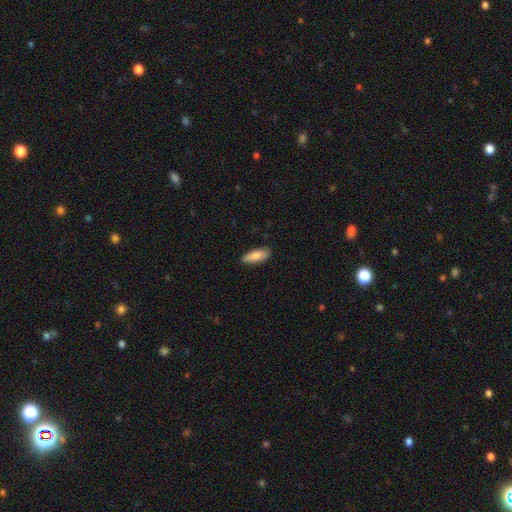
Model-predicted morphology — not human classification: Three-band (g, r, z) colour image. It shows a smooth galaxy with no disk features (83%) that is in between round and cigar-shaped (71%). Merging: none (85%).